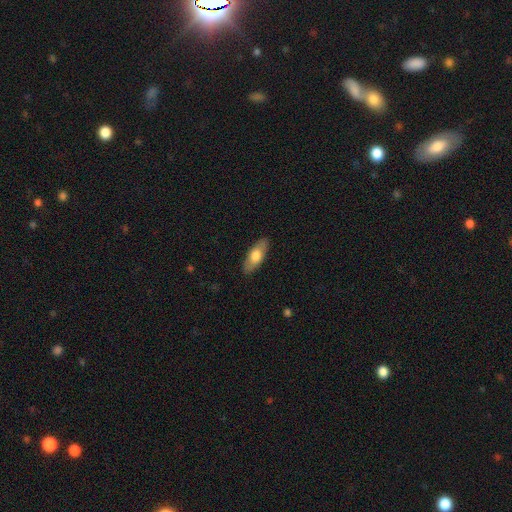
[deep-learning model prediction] Morphology: type=smooth (68%); roundness=in between (72%); merging=none (88%).